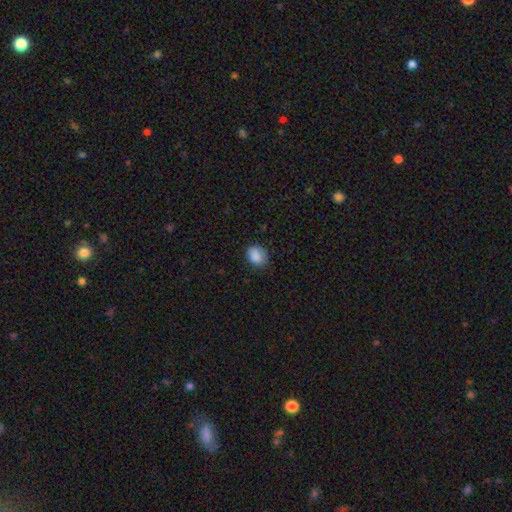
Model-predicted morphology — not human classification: This is clearly a smooth galaxy (87%). How rounded: possibly in between (52%). Merging: likely none (76%).